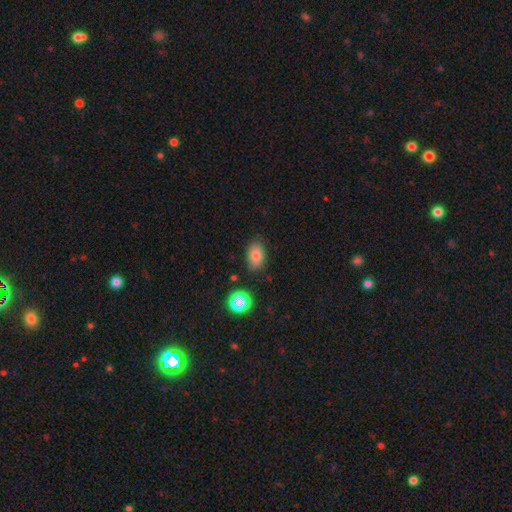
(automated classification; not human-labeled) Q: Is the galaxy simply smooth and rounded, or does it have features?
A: smooth — 79%.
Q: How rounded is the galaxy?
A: in between — 86%.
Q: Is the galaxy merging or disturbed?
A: none — 81%.